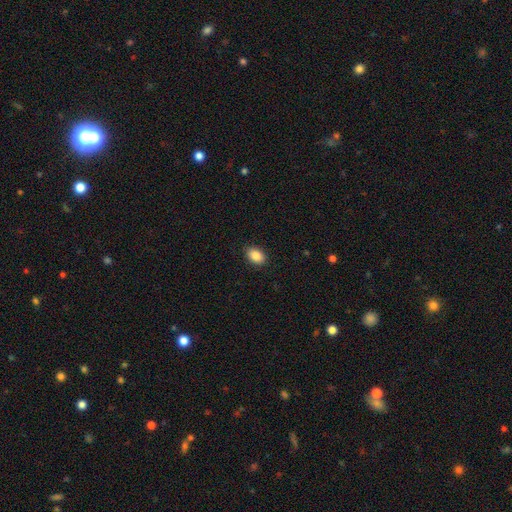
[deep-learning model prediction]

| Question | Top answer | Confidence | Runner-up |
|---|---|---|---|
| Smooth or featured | smooth | 88% | star or artifact (8%) |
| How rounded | in between | 84% | round (15%) |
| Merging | none | 89% | minor disturbance (8%) |